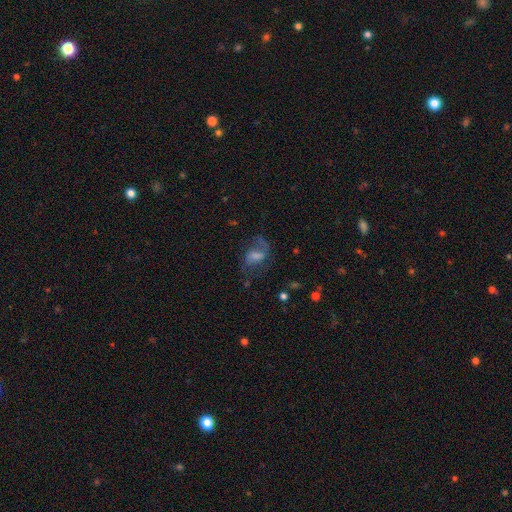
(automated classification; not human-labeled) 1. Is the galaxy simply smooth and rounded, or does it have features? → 60% featured or disk, 29% smooth, 11% star or artifact.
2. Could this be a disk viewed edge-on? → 96% no, 4% yes.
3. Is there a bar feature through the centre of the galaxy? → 48% weak, 29% no, 23% strong.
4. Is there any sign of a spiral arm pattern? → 82% yes, 18% no.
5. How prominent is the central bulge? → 29% moderate, 28% none, 23% small, 17% large, 3% dominant.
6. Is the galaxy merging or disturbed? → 53% none, 25% major disturbance, 20% minor disturbance, 3% merger.